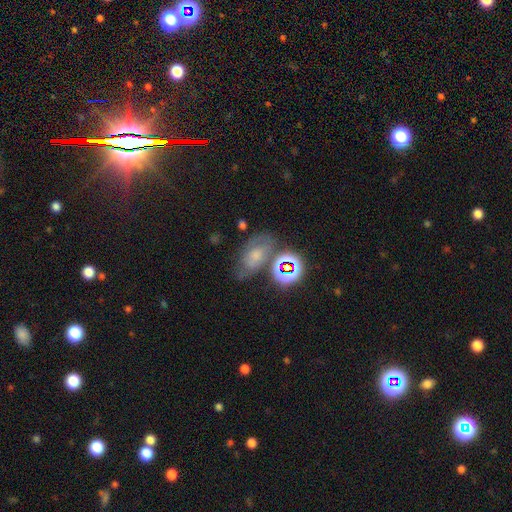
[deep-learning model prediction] The model was most divided on "smooth or featured": smooth: 48%, featured or disk: 28%, star or artifact: 24%. More confident: merging — none (50%).